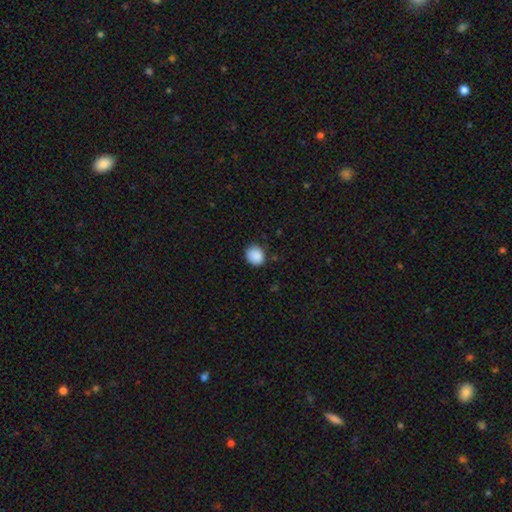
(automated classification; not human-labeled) smooth 89%, star or artifact 8%, featured or disk 3%. Down the decision tree: how rounded — round (69%); merging — none (82%).